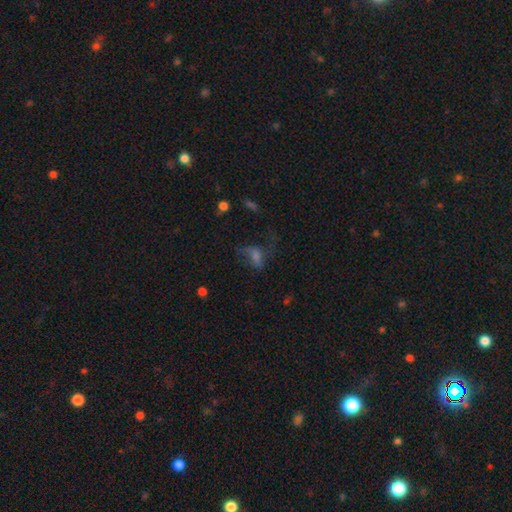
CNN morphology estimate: type=featured or disk (40%); merging=major disturbance (41%).